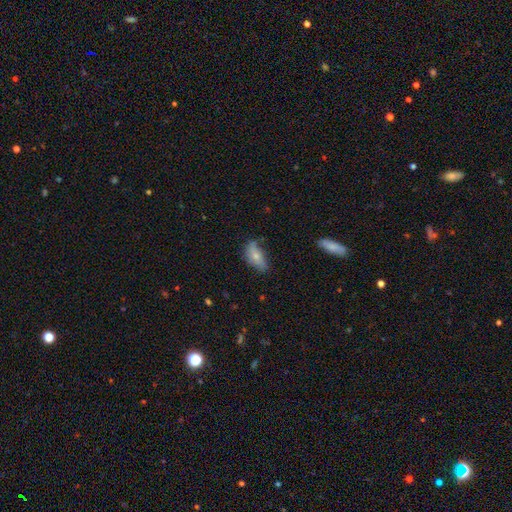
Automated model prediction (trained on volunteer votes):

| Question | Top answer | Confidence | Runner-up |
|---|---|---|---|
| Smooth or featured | smooth | 66% | featured or disk (26%) |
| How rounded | in between | 87% | cigar-shaped (9%) |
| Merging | none | 54% | minor disturbance (33%) |